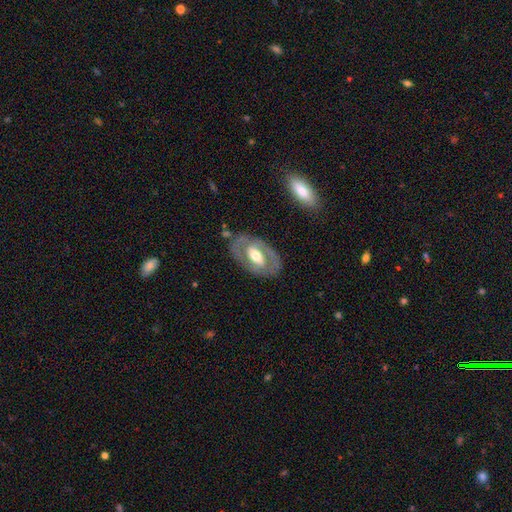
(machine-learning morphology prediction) smooth_or_featured: featured or disk (p=0.70) [alt: smooth p=0.25]
disk_edge_on: no (p=0.92) [alt: yes p=0.08]
bar: weak (p=0.36) [alt: no p=0.34]
has_spiral_arms: yes (p=0.54) [alt: no p=0.46]
bulge_size: moderate (p=0.64) [alt: large p=0.20]
merging: none (p=0.76) [alt: minor disturbance p=0.15]